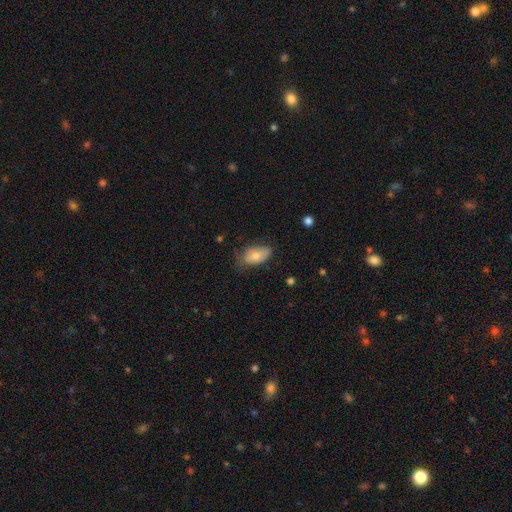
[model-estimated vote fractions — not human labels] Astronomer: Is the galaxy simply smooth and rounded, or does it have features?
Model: smooth — 73%.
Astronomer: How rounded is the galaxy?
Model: in between — 92%.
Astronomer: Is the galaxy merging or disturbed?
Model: none — 58%.